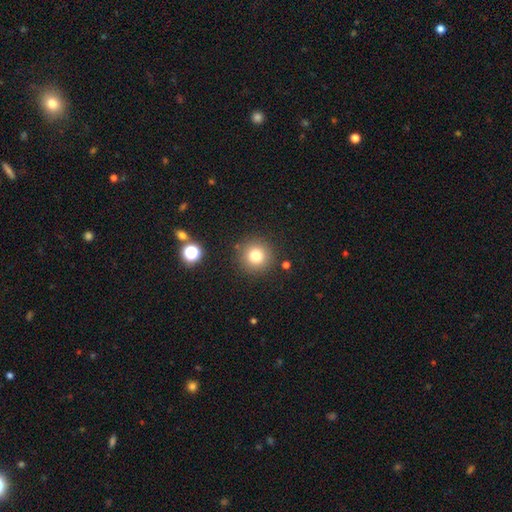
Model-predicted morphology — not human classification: This is likely a smooth galaxy (79%). How rounded: clearly round (95%). Merging: clearly none (88%).